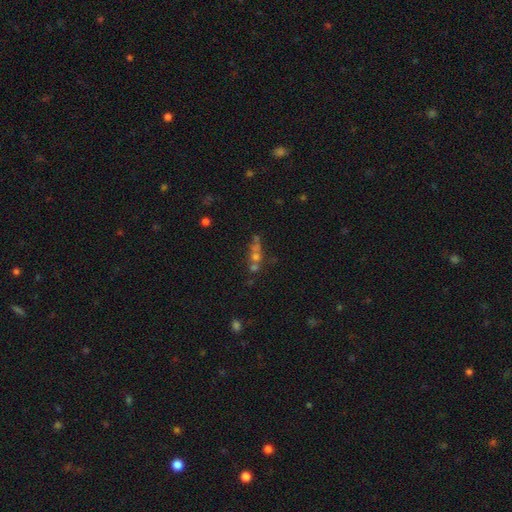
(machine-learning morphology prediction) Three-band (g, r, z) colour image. It shows a smooth galaxy with no disk features (38%). Merging: none (44%).